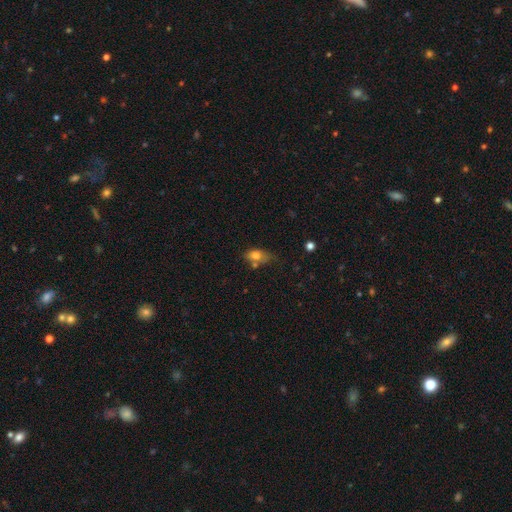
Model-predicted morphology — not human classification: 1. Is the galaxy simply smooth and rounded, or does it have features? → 76% smooth, 14% featured or disk, 10% star or artifact.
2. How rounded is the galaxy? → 82% in between, 13% round, 5% cigar-shaped.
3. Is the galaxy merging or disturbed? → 45% none, 29% minor disturbance, 15% merger, 11% major disturbance.